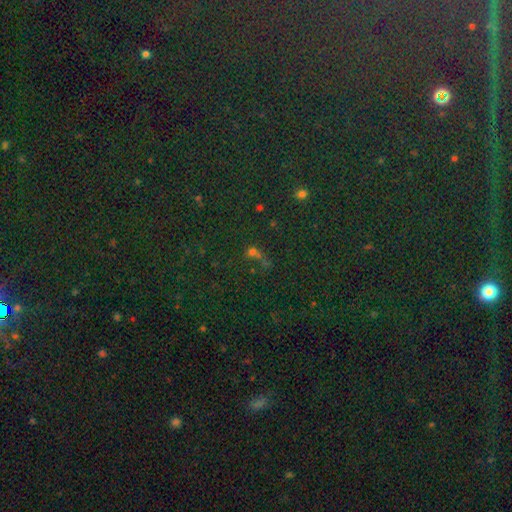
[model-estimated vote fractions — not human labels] Smooth or featured?
  - star or artifact: 59% *
  - smooth: 29%
  - featured or disk: 12%